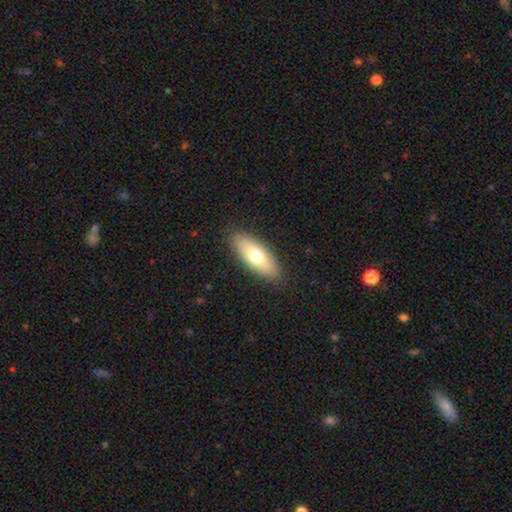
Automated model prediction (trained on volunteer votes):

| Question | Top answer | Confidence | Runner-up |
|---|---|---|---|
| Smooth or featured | smooth | 68% | featured or disk (26%) |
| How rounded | in between | 71% | cigar-shaped (27%) |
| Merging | none | 88% | minor disturbance (8%) |